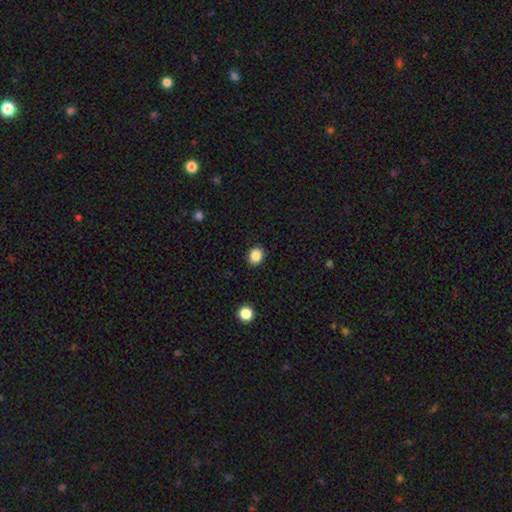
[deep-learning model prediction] The model was most divided on "how rounded": round: 69%, in between: 31%, cigar-shaped: 1%. More confident: merging — none (91%); smooth or featured — smooth (87%).